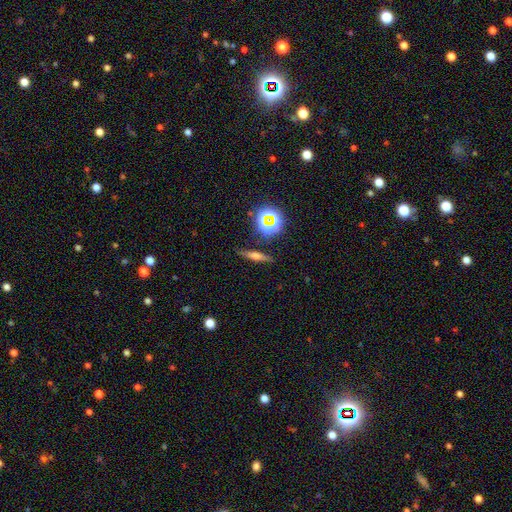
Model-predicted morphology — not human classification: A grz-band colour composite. It shows a smooth galaxy with no disk features (43%). Merging: none (83%).